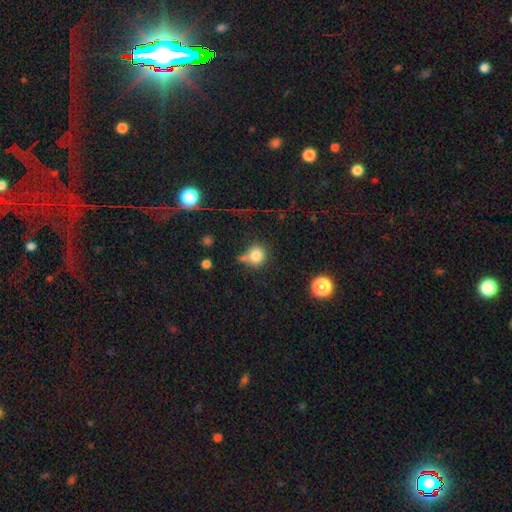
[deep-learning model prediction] Q: Smooth or featured?
A: smooth (81%); runner-up: star or artifact (12%)
Q: How rounded?
A: round (86%); runner-up: in between (13%)
Q: Merging?
A: none (62%); runner-up: minor disturbance (17%)